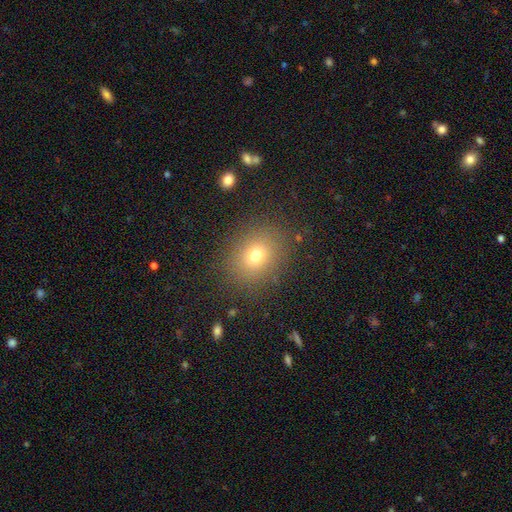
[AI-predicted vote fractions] Q: Smooth or featured?
A: smooth (73%); runner-up: star or artifact (16%)
Q: How rounded?
A: round (60%); runner-up: in between (39%)
Q: Merging?
A: none (84%); runner-up: minor disturbance (10%)